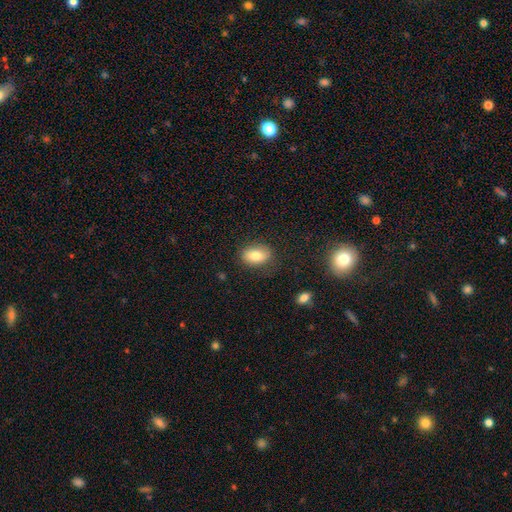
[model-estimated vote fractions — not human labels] This appears to be a smooth galaxy with no disk features (78%) that is in between round and cigar-shaped (83%). Merging: none (81%).